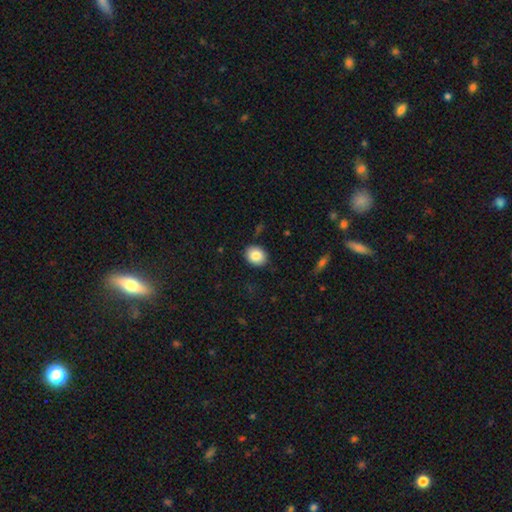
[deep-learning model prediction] This is clearly a smooth galaxy (85%). How rounded: possibly round (52%). Merging: clearly none (88%).